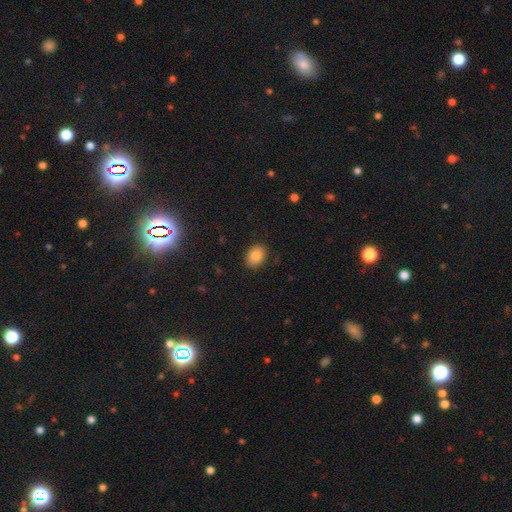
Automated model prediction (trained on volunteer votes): Q: Smooth or featured?
A: smooth (86%); runner-up: star or artifact (9%)
Q: How rounded?
A: in between (68%); runner-up: round (31%)
Q: Merging?
A: none (87%); runner-up: minor disturbance (9%)